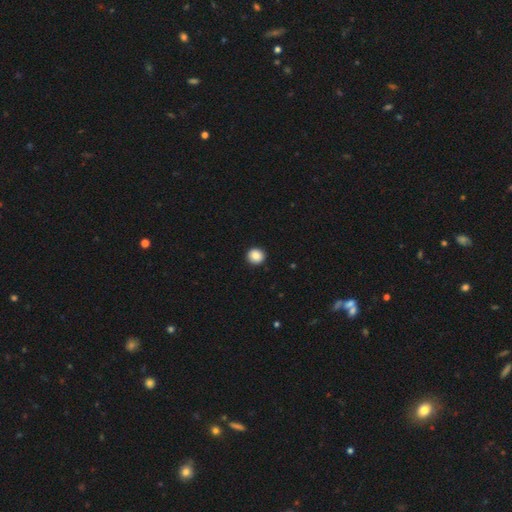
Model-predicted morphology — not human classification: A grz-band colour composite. It shows a smooth galaxy with no disk features (88%) that is round (90%). Merging: none (93%).